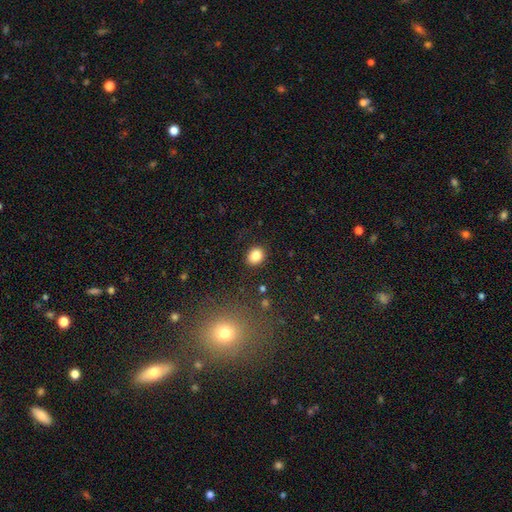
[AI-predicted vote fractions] Morphology: type=smooth (85%); roundness=round (52%); merging=none (86%).